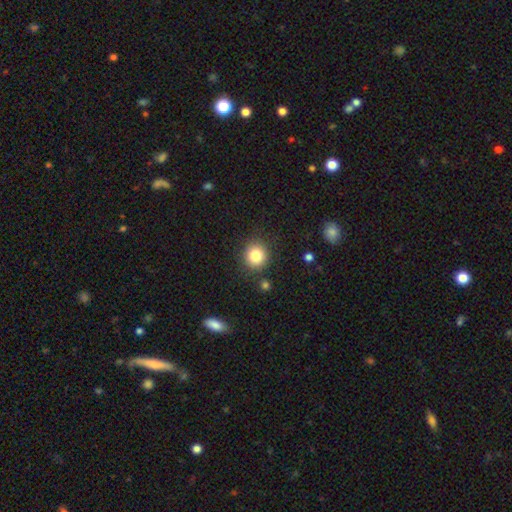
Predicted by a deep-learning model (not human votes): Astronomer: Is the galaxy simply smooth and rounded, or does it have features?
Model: smooth — 83%.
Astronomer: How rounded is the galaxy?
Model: round — 89%.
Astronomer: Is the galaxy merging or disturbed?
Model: none — 86%.